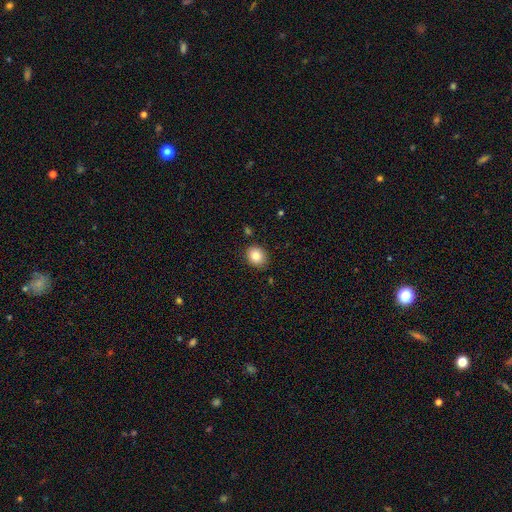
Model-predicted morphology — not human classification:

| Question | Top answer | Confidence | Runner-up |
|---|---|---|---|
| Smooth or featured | smooth | 84% | star or artifact (9%) |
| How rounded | round | 59% | in between (40%) |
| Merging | none | 84% | minor disturbance (12%) |